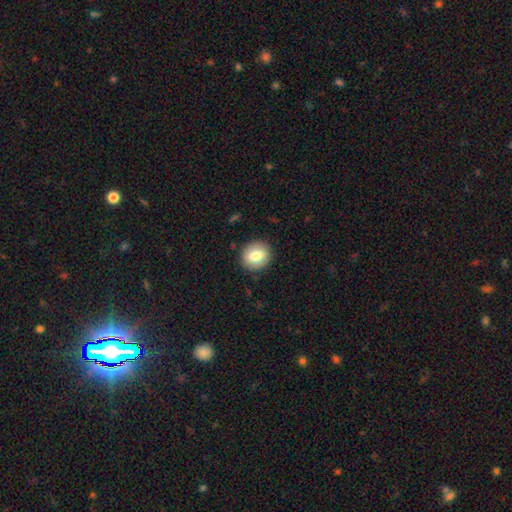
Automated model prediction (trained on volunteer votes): smooth 77%, featured or disk 14%, star or artifact 8%. Down the decision tree: how rounded — round (81%); merging — none (90%).